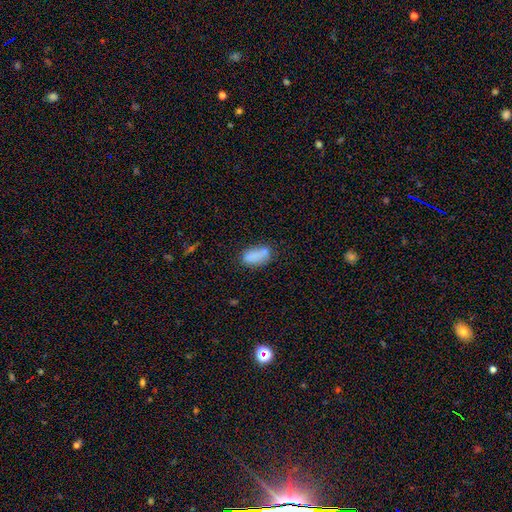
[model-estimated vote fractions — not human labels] Overall: smooth (80%). How rounded: in between (86%). Merging: none (54%; minor disturbance 22%).